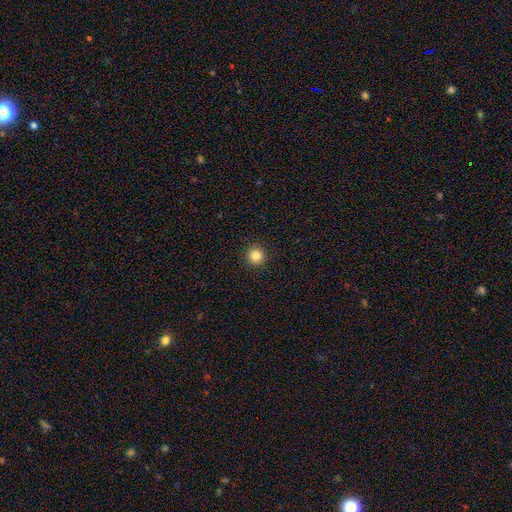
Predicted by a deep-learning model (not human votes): Q: Smooth or featured?
A: smooth (84%); runner-up: star or artifact (11%)
Q: How rounded?
A: round (94%); runner-up: in between (5%)
Q: Merging?
A: none (93%); runner-up: minor disturbance (5%)